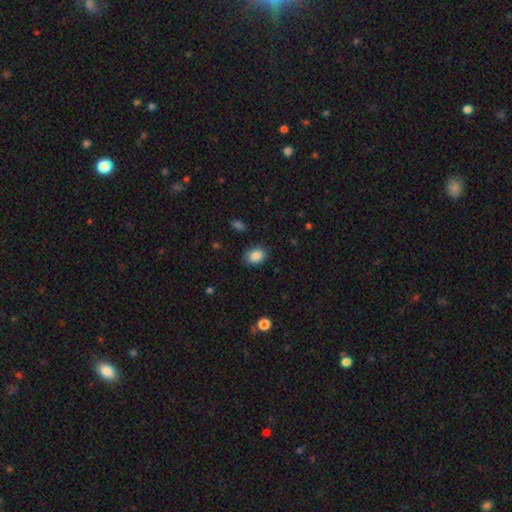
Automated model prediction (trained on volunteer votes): This appears to be a smooth galaxy with no disk features (86%) that is in between round and cigar-shaped (61%). Merging: none (76%).